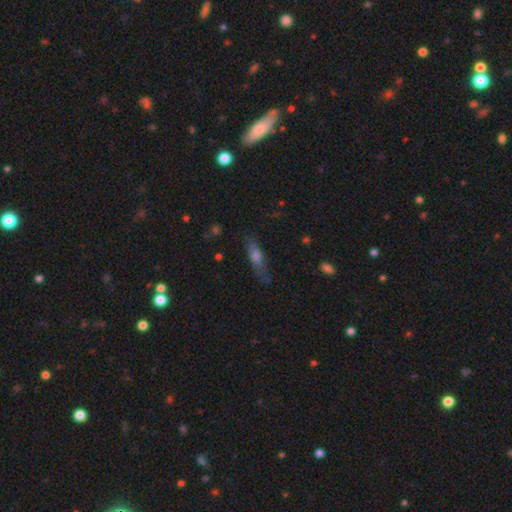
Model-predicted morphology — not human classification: This is possibly a smooth galaxy (52%). How rounded: likely cigar-shaped (66%). Merging: likely none (74%).